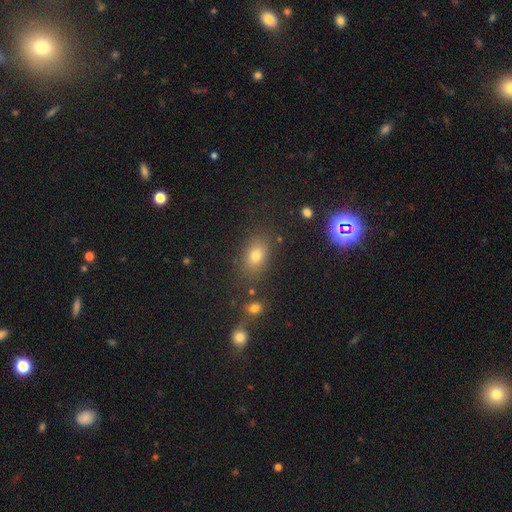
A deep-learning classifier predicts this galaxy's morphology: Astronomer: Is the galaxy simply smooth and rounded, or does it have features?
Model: smooth — 69%.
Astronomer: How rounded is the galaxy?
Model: in between — 72%.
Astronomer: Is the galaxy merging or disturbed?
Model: none — 80%.